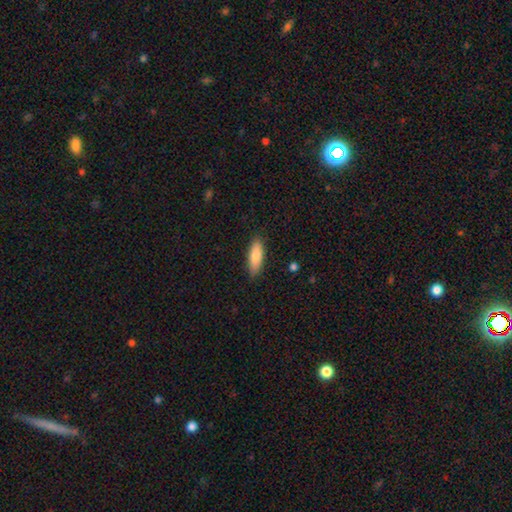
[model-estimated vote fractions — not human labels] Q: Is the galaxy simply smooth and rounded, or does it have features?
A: smooth — 81%.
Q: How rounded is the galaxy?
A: in between — 60%.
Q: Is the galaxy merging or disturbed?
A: none — 85%.